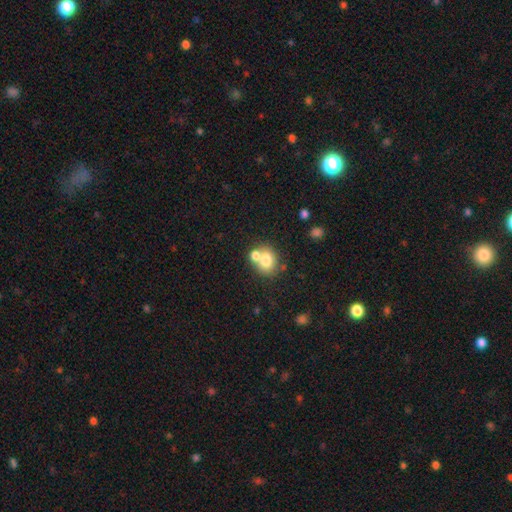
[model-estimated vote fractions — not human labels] Smooth or featured: smooth — 75% (featured or disk — 15%)
How rounded: round — 68% (in between — 31%)
Merging: none — 48% (merger — 39%)